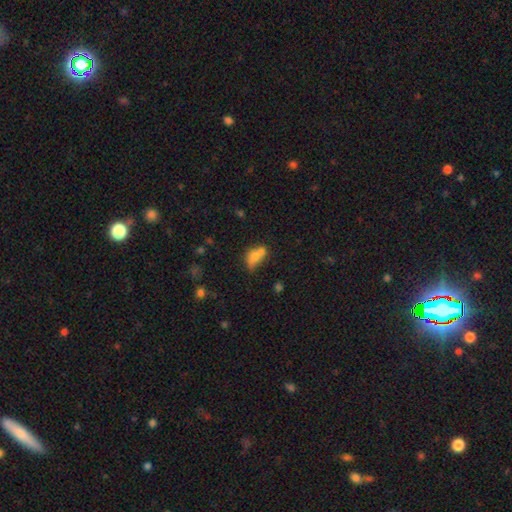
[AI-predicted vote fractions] smooth-or-featured: smooth: 69% | featured or disk: 18% | star or artifact: 12%
  how-rounded: in between: 70% | round: 27% | cigar-shaped: 3%
  merging: merger: 52% | none: 26% | minor disturbance: 14% | major disturbance: 8%